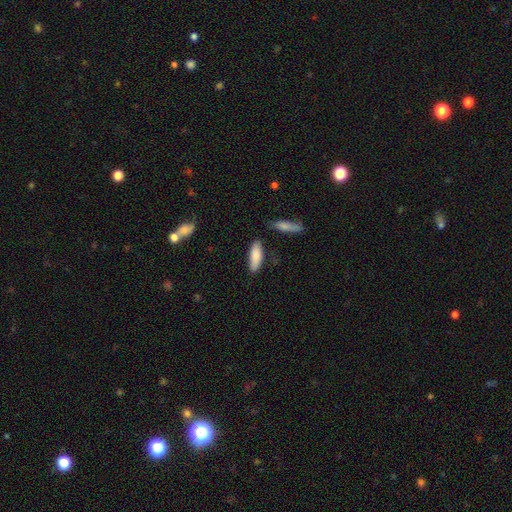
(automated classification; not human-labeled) Q: Smooth or featured?
A: smooth (84%); runner-up: featured or disk (11%)
Q: How rounded?
A: in between (59%); runner-up: cigar-shaped (39%)
Q: Merging?
A: none (79%); runner-up: minor disturbance (14%)